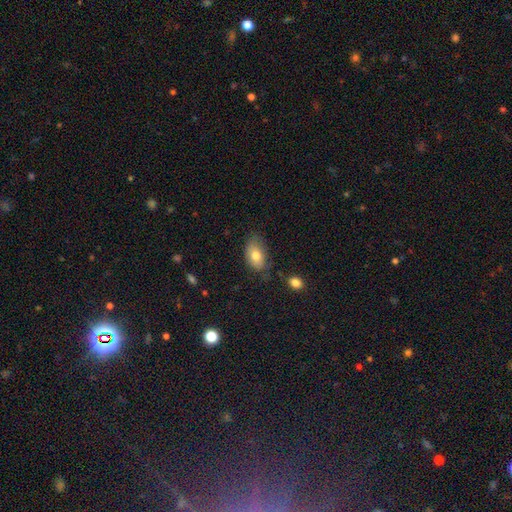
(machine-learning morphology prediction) This appears to be a smooth galaxy with no disk features (77%) that is in between round and cigar-shaped (89%). Merging: none (58%).